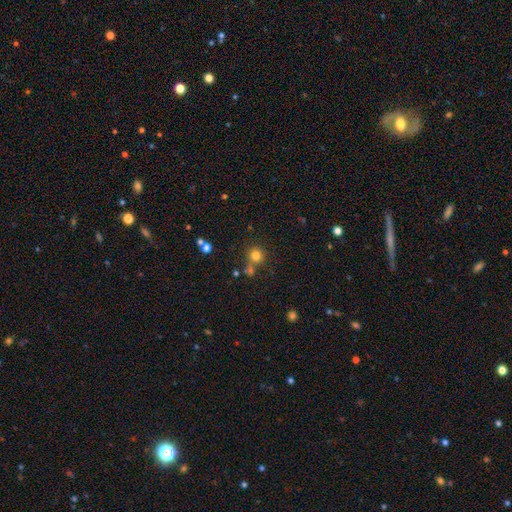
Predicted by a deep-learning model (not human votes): This is likely a smooth galaxy (79%). How rounded: clearly round (91%). Merging: likely none (68%).